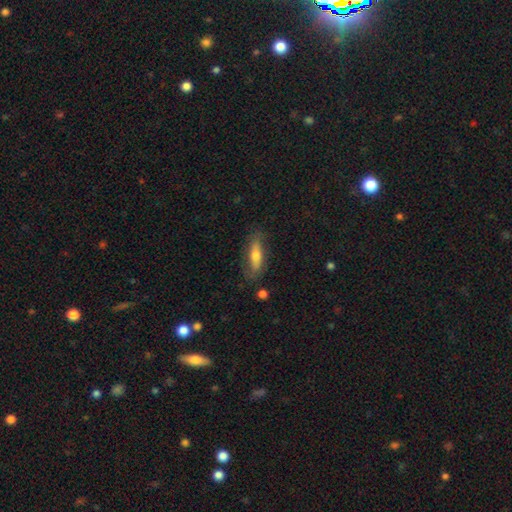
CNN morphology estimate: type=smooth (55%); roundness=cigar-shaped (52%); merging=none (75%).